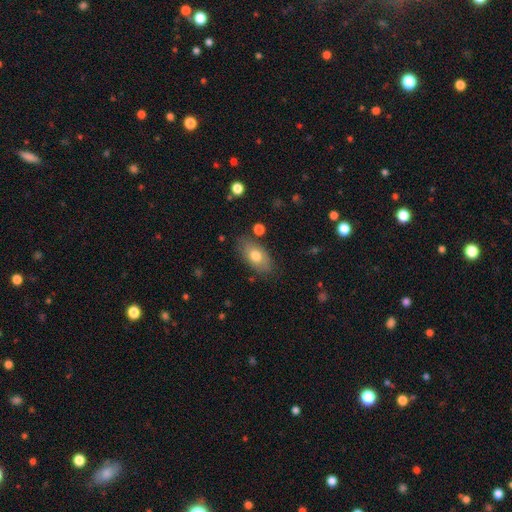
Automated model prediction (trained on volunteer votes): A smooth galaxy with no disk features (72%) that is in between round and cigar-shaped (91%). Merging: none (77%).